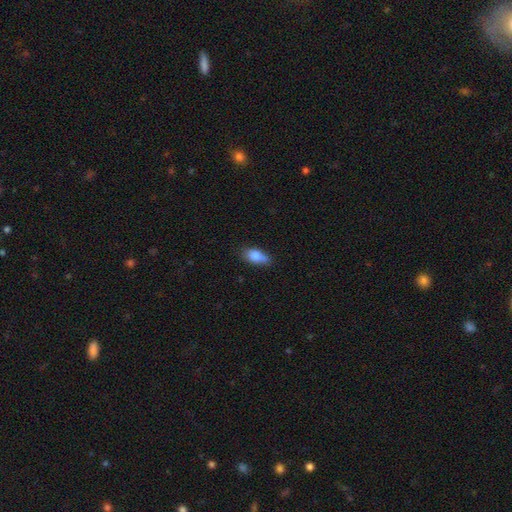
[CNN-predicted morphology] Smooth or featured? smooth (82%)
How rounded? in between (83%)
Merging? none (64%)